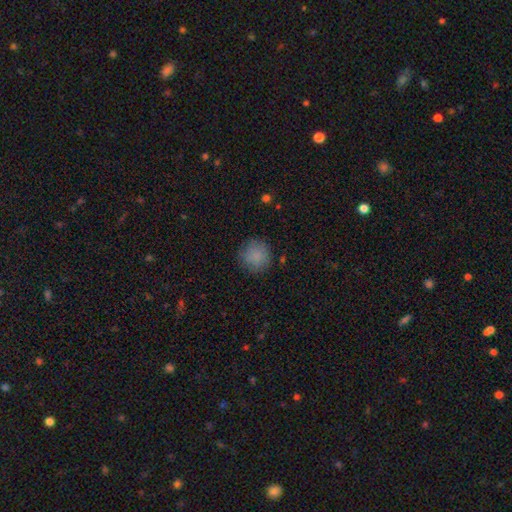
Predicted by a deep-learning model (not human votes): A smooth galaxy with no disk features (85%) that is round (93%).

Vote fractions:
- Smooth or featured? smooth: 85% / star or artifact: 9% / featured or disk: 6%
- How rounded? round: 93% / in between: 6% / cigar-shaped: 1%
- Merging? none: 84% / minor disturbance: 11% / major disturbance: 3% / merger: 1%